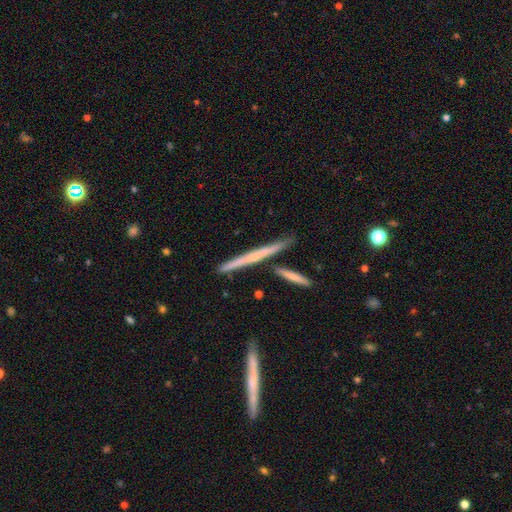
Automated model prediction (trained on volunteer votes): featured or disk 56%, smooth 38%, star or artifact 6%. Down the decision tree: edge-on disk — yes (97%); edge-on bulge — none (74%); merging — none (81%).